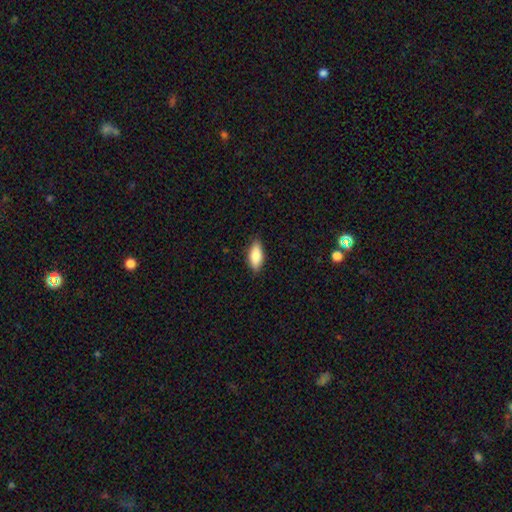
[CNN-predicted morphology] The model was most divided on "how rounded": in between: 81%, cigar-shaped: 17%, round: 2%. More confident: merging — none (86%); smooth or featured — smooth (85%).